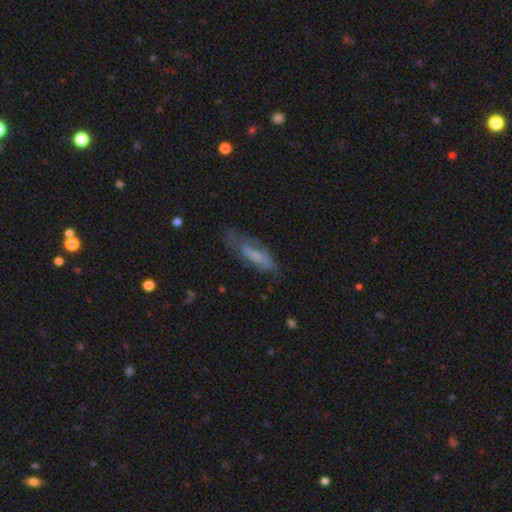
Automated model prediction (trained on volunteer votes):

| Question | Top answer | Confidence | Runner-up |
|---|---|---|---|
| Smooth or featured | featured or disk | 52% | smooth (39%) |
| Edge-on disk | no | 77% | yes (23%) |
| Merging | none | 54% | minor disturbance (26%) |